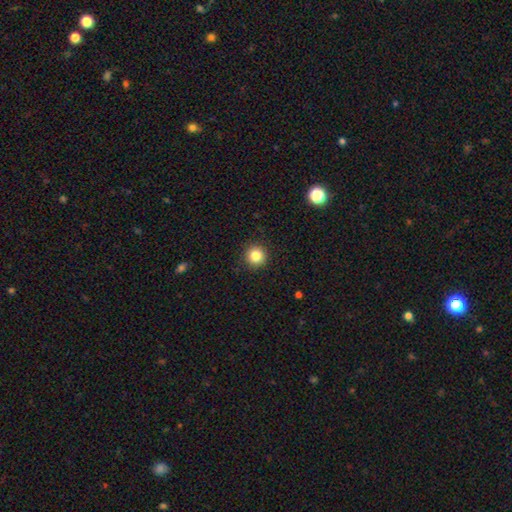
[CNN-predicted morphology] type=smooth (84%); roundness=round (95%); merging=none (92%).